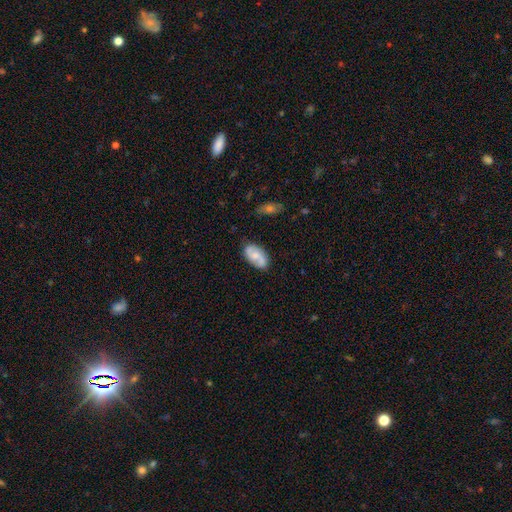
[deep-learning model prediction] Q: Smooth or featured?
A: featured or disk (53%); runner-up: smooth (40%)
Q: Edge-on disk?
A: no (95%); runner-up: yes (5%)
Q: Bar?
A: no (59%); runner-up: weak (34%)
Q: Spiral arms?
A: yes (87%); runner-up: no (13%)
Q: Bulge size?
A: moderate (44%); runner-up: small (39%)
Q: Merging?
A: none (77%); runner-up: minor disturbance (17%)